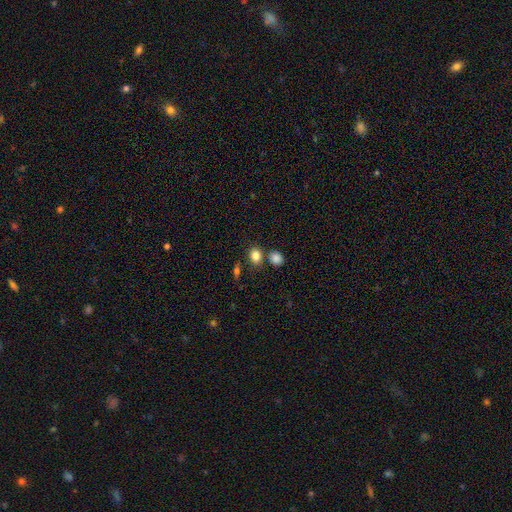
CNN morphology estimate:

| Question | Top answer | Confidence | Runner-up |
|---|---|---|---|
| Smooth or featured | smooth | 84% | star or artifact (11%) |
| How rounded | round | 51% | in between (48%) |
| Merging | none | 70% | merger (16%) |